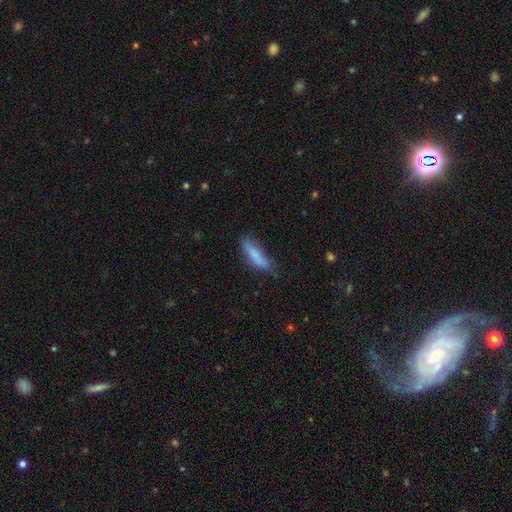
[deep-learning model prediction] Smooth or featured: smooth — 78% (featured or disk — 15%)
How rounded: cigar-shaped — 65% (in between — 34%)
Merging: none — 57% (minor disturbance — 31%)